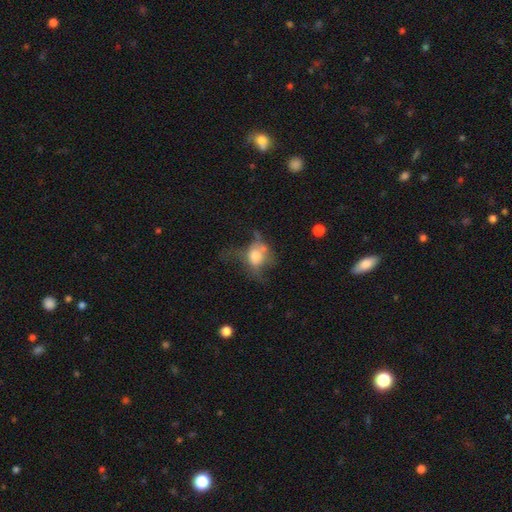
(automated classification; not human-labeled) smooth 56%, featured or disk 32%, star or artifact 11%. Down the decision tree: how rounded — in between (52%); merging — major disturbance (46%).